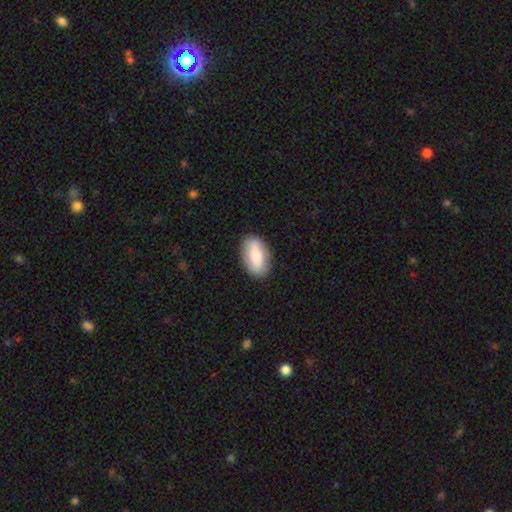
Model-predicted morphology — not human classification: Overall: smooth (69%). How rounded: in between (91%). Merging: none (88%).